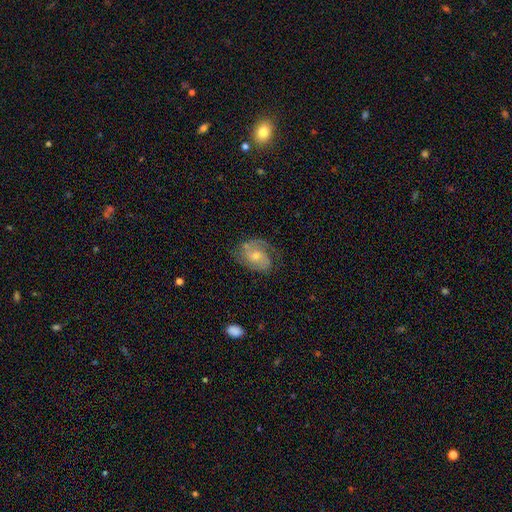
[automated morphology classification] A featured or disk galaxy (78%) with no bar (62%), 2 (70%) medium (45%) spiral arms (94%) and a moderate central bulge (48%).

Vote fractions:
- Smooth or featured? featured or disk: 78% / smooth: 14% / star or artifact: 8%
- Edge-on disk? no: 97% / yes: 3%
- Bar? no: 62% / weak: 32% / strong: 6%
- Spiral arms? yes: 94% / no: 6%
- Spiral winding? medium: 45% / tight: 39% / loose: 16%
- Spiral arm count? 2: 70% / can't tell: 12% / 1: 10% / 3: 5% / 4: 2% / more than 4: 2%
- Bulge size? moderate: 48% / small: 46% / none: 3% / large: 2% / dominant: 1%
- Merging? none: 70% / minor disturbance: 19% / major disturbance: 10% / merger: 1%